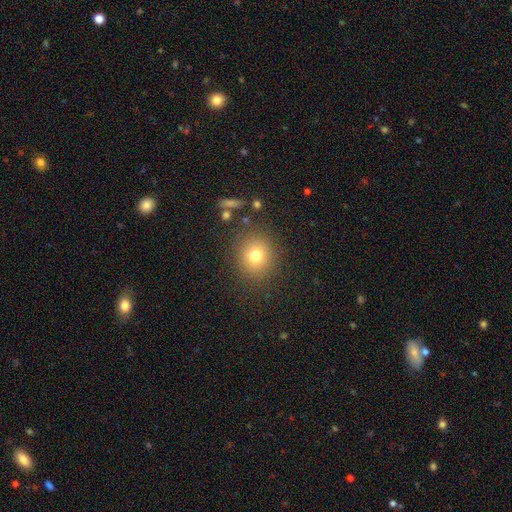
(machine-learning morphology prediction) Smooth or featured? Predicted: smooth (p=0.75). How rounded? Predicted: round (p=0.84). Merging? Predicted: none (p=0.85).